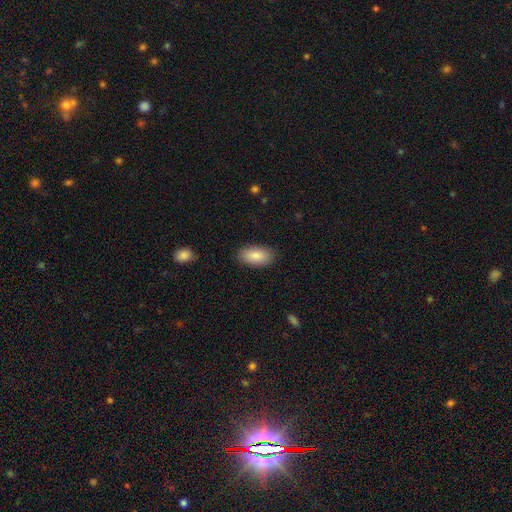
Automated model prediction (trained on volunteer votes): The model was most divided on "merging": none: 87%, minor disturbance: 9%, major disturbance: 2%, merger: 1%. More confident: how rounded — in between (94%); smooth or featured — smooth (86%).